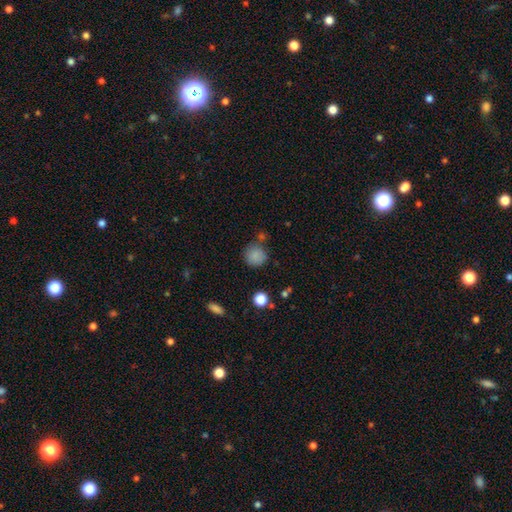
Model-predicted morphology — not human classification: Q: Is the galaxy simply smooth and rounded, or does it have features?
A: smooth — 84%.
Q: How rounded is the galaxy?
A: round — 89%.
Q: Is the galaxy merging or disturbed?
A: none — 71%.